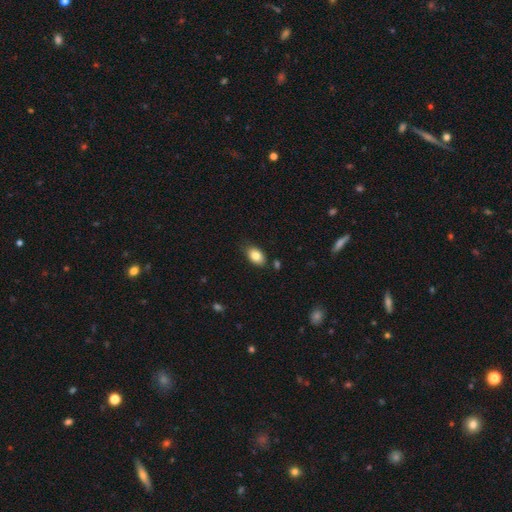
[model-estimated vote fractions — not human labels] This is clearly a smooth galaxy (83%). How rounded: clearly in between (89%). Merging: likely none (77%).